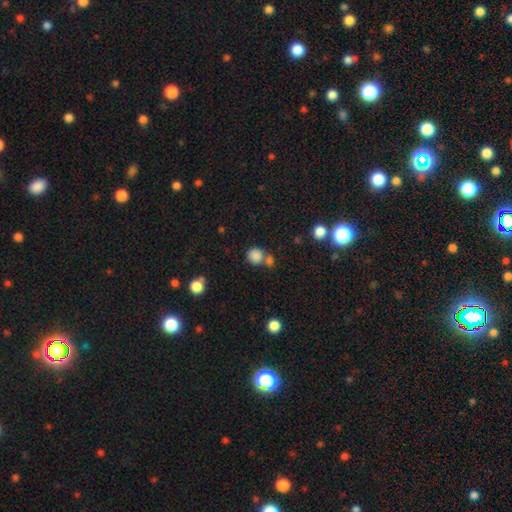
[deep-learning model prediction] A smooth galaxy with no disk features (83%) that is round (85%). Merging: none (53%).